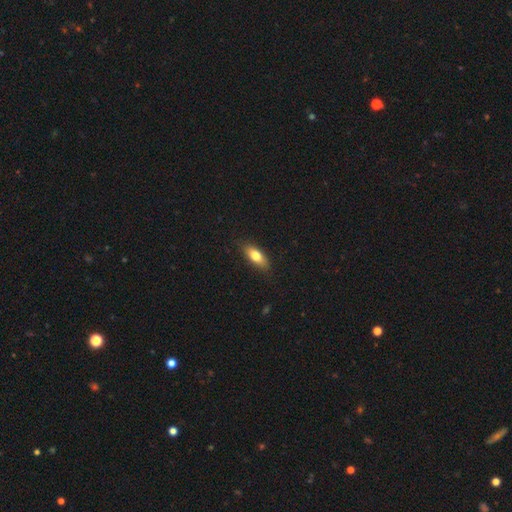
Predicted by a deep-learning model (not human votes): The model was most divided on "how rounded": in between: 75%, cigar-shaped: 22%, round: 3%. More confident: merging — none (83%); smooth or featured — smooth (76%).